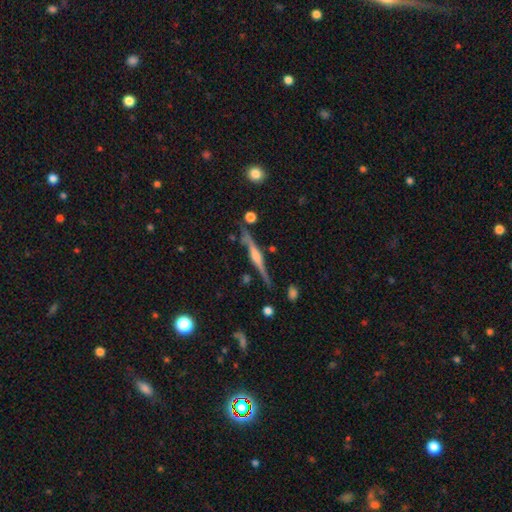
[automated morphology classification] smooth-or-featured: featured or disk: 78% | smooth: 15% | star or artifact: 6%
  disk-edge-on: yes: 97% | no: 3%
    edge-on-bulge: rounded: 73% | boxy: 18% | none: 9%
  merging: none: 79% | minor disturbance: 14% | merger: 4% | major disturbance: 3%